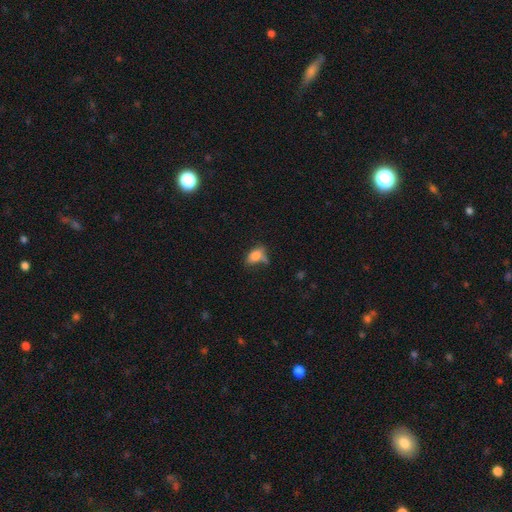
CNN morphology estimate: Overall: smooth (79%). How rounded: in between (87%). Merging: none (45%; minor disturbance 27%).